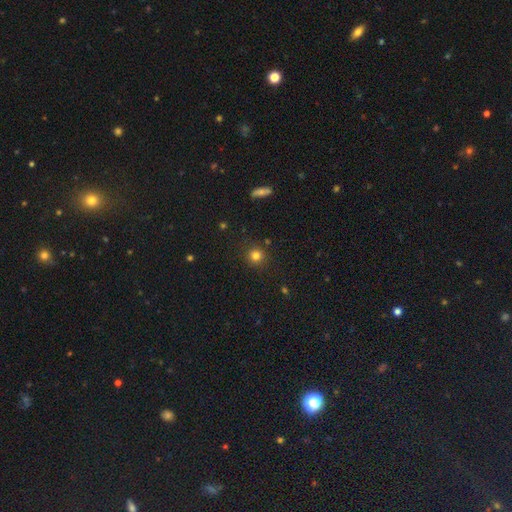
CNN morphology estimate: type=smooth (80%); roundness=round (92%); merging=none (88%).